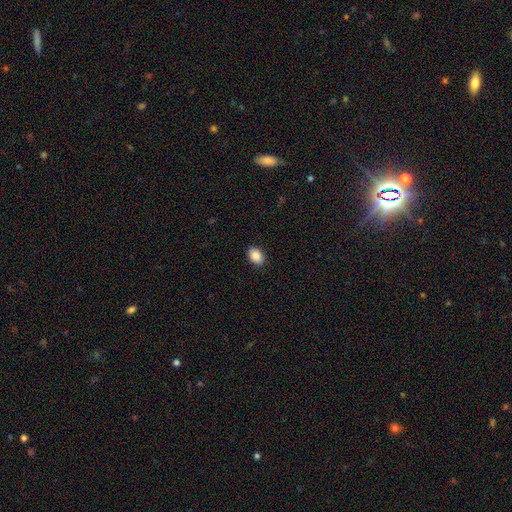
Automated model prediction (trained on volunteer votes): smooth-or-featured: smooth: 89% | star or artifact: 8% | featured or disk: 3%
  how-rounded: in between: 80% | round: 18% | cigar-shaped: 1%
  merging: none: 89% | minor disturbance: 8% | major disturbance: 2% | merger: 1%